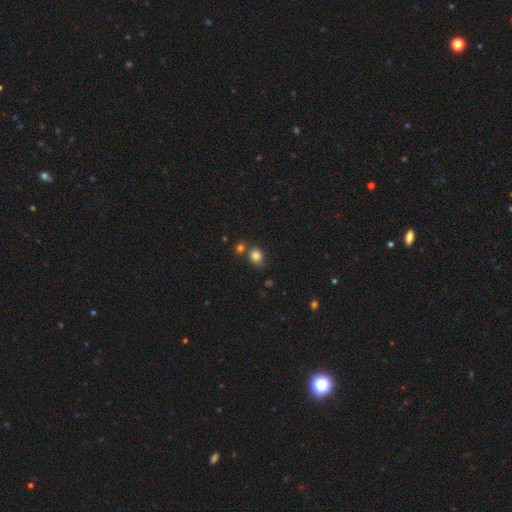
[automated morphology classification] smooth 83%, star or artifact 11%, featured or disk 6%. Down the decision tree: how rounded — round (60%); merging — none (62%).